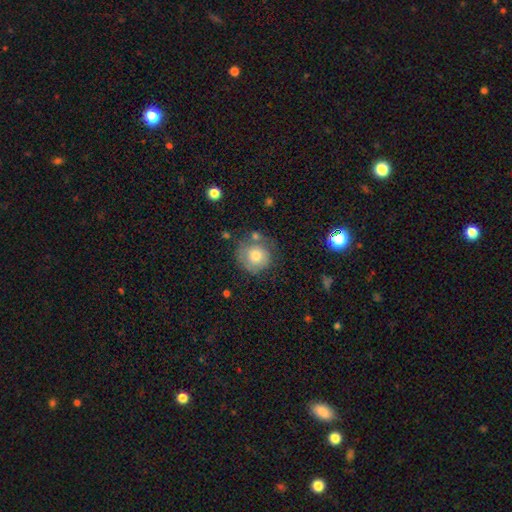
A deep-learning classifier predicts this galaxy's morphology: A smooth galaxy with no disk features (71%) that is round (91%).

Vote fractions:
- Smooth or featured? smooth: 71% / featured or disk: 21% / star or artifact: 8%
- How rounded? round: 91% / in between: 8% / cigar-shaped: 1%
- Merging? none: 62% / minor disturbance: 21% / major disturbance: 9% / merger: 8%